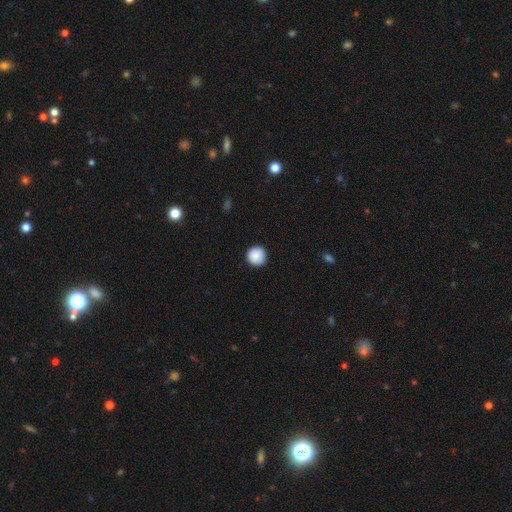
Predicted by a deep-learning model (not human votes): Smooth or featured: smooth — 89% (star or artifact — 8%)
How rounded: round — 96% (in between — 3%)
Merging: none — 91% (minor disturbance — 6%)